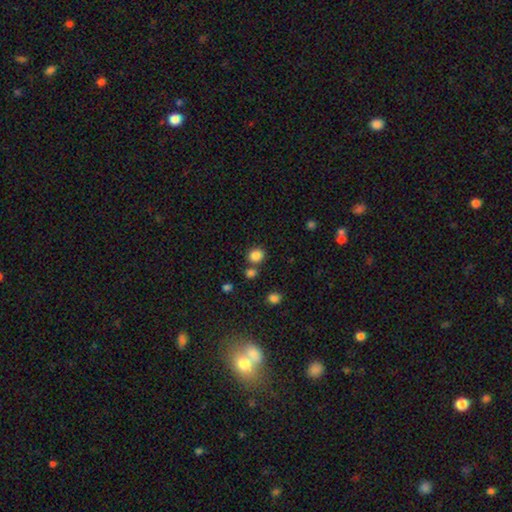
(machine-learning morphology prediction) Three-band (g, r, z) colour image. It shows a smooth galaxy with no disk features (84%) that is round (72%). Merging: none (70%).